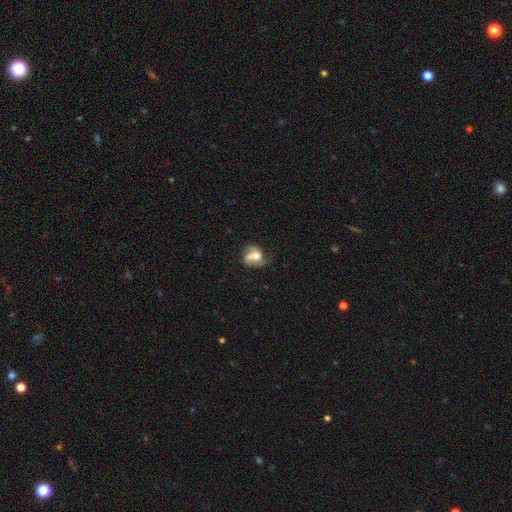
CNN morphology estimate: Smooth or featured?
  - featured or disk: 49% *
  - smooth: 42%
  - star or artifact: 9%
Merging?
  - none: 43% *
  - minor disturbance: 25%
  - major disturbance: 19%
  - merger: 13%